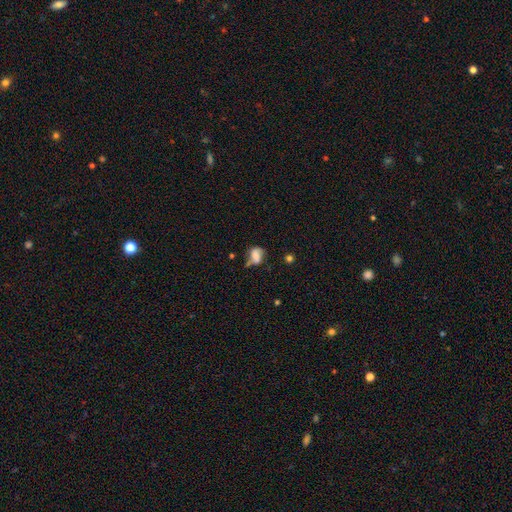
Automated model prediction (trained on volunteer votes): This is likely a smooth galaxy (62%). How rounded: likely in between (65%). Merging: marginally none (37%).